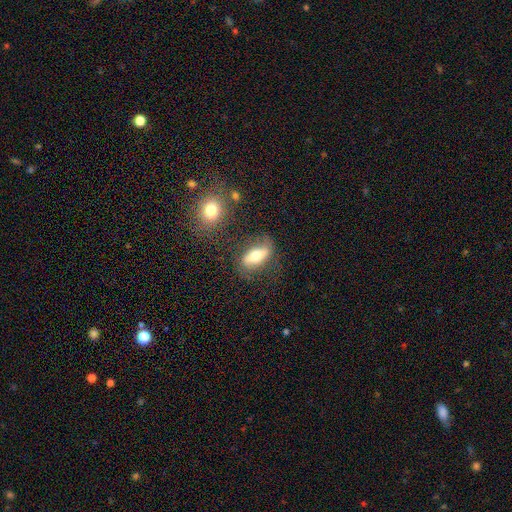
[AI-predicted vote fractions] A featured or disk galaxy (46%, tied with smooth).

Vote fractions:
- Smooth or featured? featured or disk: 46% (tied) / smooth: 46% (tied) / star or artifact: 8%
- Merging? none: 68% / minor disturbance: 19% / major disturbance: 8% / merger: 4%